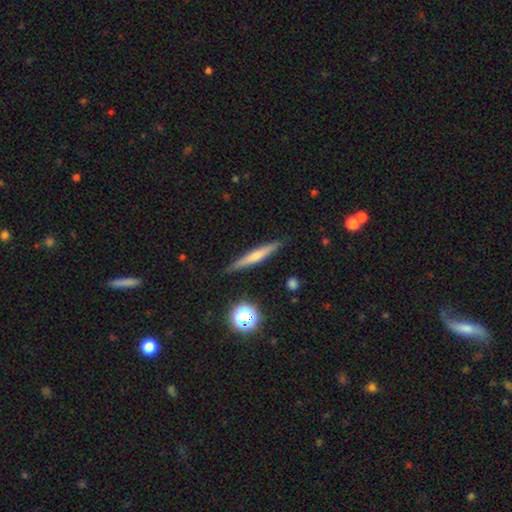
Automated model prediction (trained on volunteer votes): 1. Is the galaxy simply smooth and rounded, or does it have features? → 47% smooth, 45% featured or disk, 8% star or artifact.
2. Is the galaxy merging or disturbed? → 89% none, 8% minor disturbance, 2% major disturbance, 1% merger.